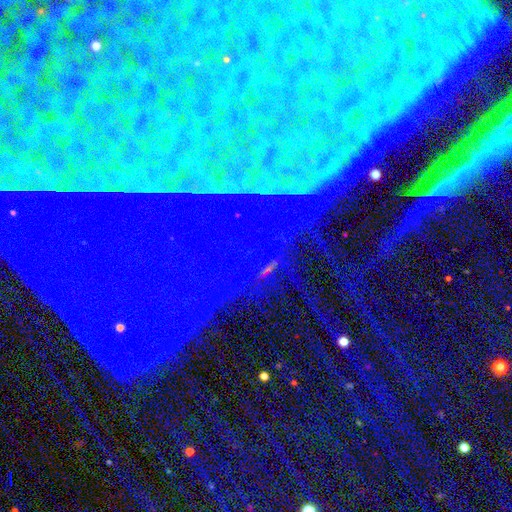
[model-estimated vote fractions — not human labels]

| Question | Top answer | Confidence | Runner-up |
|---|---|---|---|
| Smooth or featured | star or artifact | 87% | featured or disk (7%) |